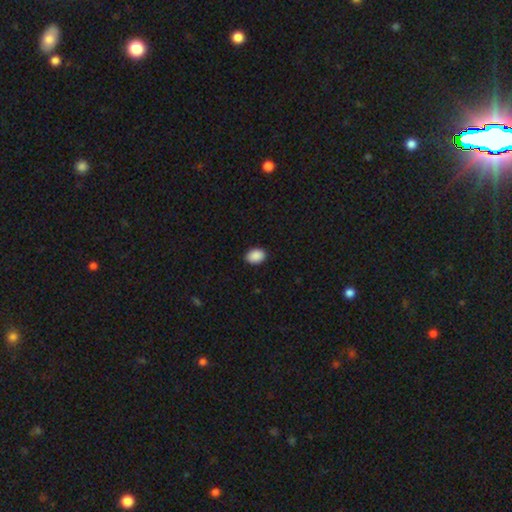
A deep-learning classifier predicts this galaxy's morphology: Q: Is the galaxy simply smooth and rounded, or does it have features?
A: smooth — 90%.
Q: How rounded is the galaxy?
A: in between — 79%.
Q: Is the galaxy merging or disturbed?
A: none — 89%.